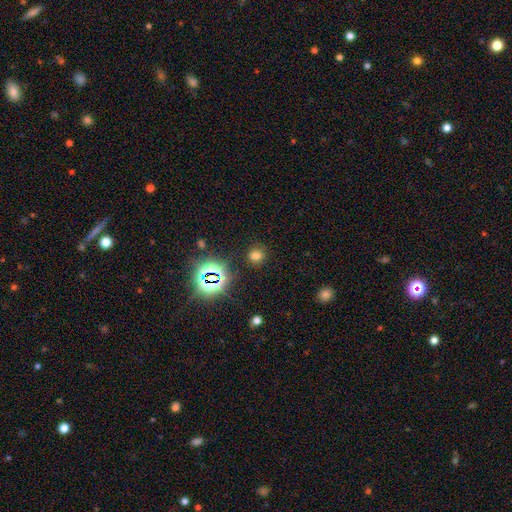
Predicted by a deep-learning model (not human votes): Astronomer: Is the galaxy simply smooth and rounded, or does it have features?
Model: smooth — 66%.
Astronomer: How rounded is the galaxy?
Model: round — 73%.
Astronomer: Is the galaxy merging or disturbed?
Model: none — 84%.